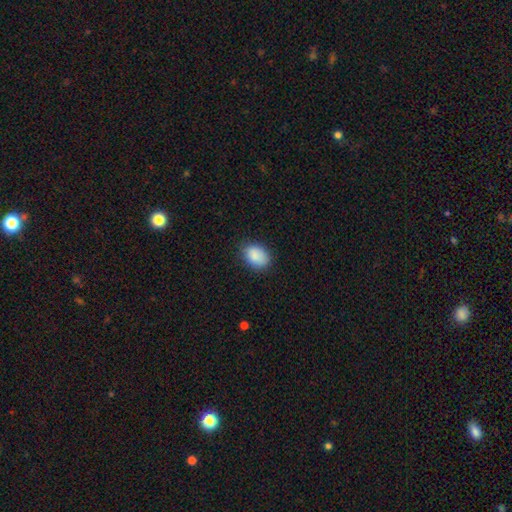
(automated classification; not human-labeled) Morphology: type=smooth (89%); roundness=in between (78%); merging=none (81%).